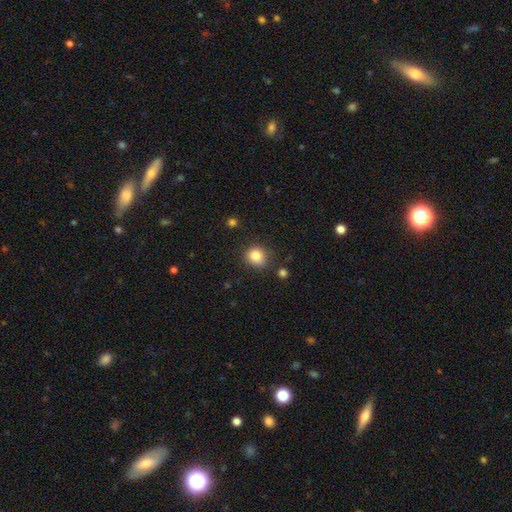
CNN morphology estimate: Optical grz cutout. It shows a smooth galaxy with no disk features (83%) that is round (81%). Merging: none (82%).